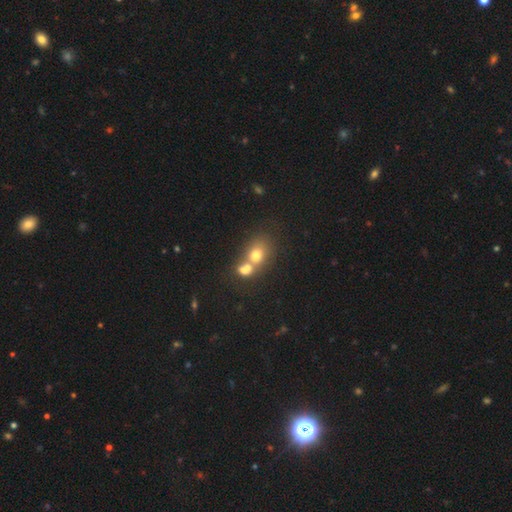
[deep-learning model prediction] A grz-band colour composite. It shows a smooth galaxy with no disk features (69%) that is round (58%). Merging: merger (62%).